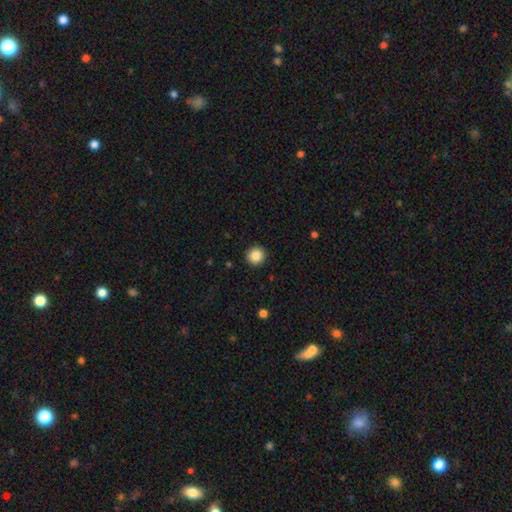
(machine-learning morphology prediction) Smooth or featured?
  - smooth: 86% *
  - star or artifact: 10%
  - featured or disk: 5%
How rounded?
  - round: 95% *
  - in between: 4%
  - cigar-shaped: 1%
Merging?
  - none: 93% *
  - minor disturbance: 5%
  - major disturbance: 2%
  - merger: 1%